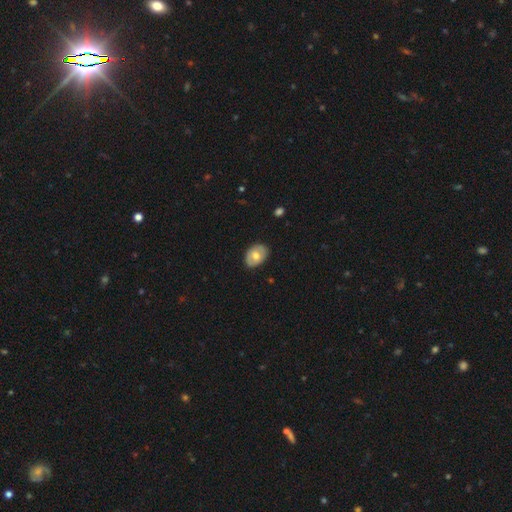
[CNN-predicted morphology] smooth_or_featured: smooth (p=0.62) [alt: featured or disk p=0.32]
how_rounded: in between (p=0.78) [alt: round p=0.20]
merging: none (p=0.84) [alt: minor disturbance p=0.13]